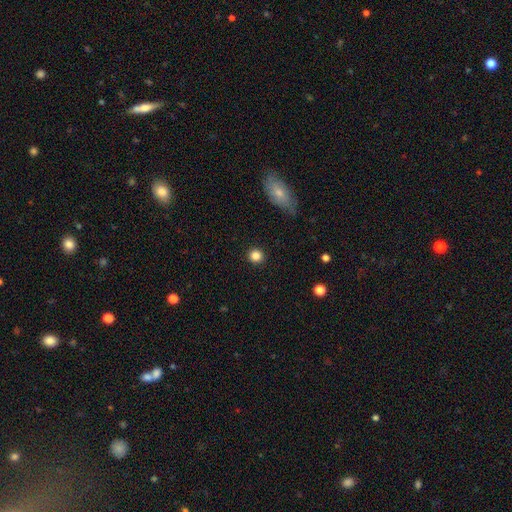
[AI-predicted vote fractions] A smooth galaxy with no disk features (85%) that is round (91%). Merging: none (91%).